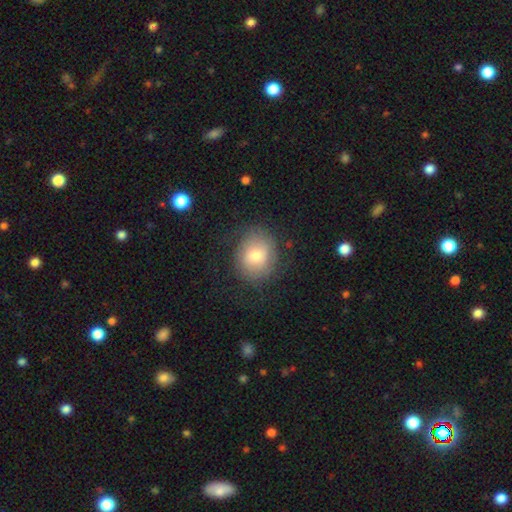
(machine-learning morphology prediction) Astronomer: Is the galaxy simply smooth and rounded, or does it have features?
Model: smooth — 62%.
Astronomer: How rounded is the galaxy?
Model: round — 68%.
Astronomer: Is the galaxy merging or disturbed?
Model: none — 71%.